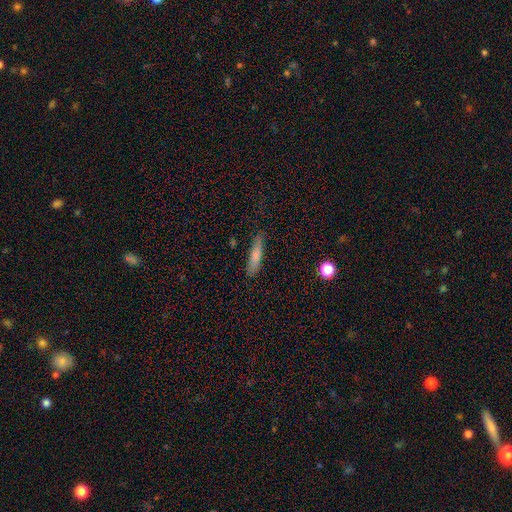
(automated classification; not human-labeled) A smooth galaxy with no disk features (76%) that is cigar-shaped (81%). Merging: none (80%).